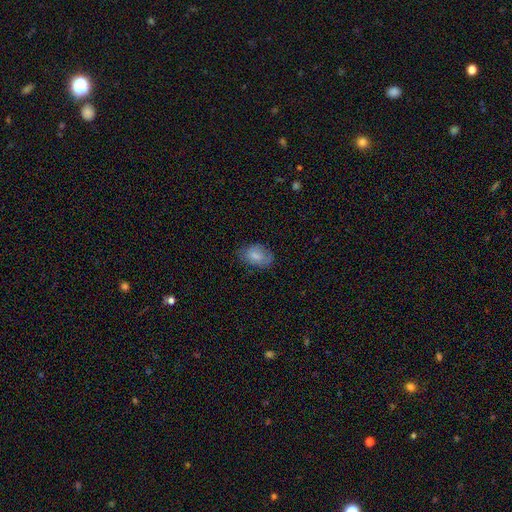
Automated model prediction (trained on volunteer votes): smooth_or_featured: smooth (p=0.76) [alt: featured or disk p=0.17]
how_rounded: in between (p=0.87) [alt: round p=0.11]
merging: none (p=0.67) [alt: minor disturbance p=0.25]